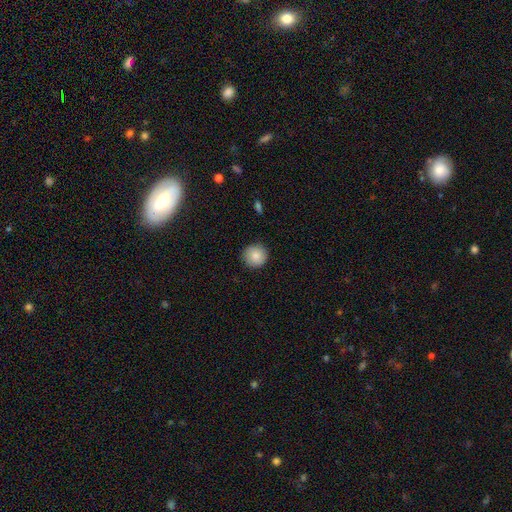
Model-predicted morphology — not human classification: Smooth or featured?
  - smooth: 86% *
  - star or artifact: 8%
  - featured or disk: 7%
How rounded?
  - round: 95% *
  - in between: 4%
  - cigar-shaped: 1%
Merging?
  - none: 90% *
  - minor disturbance: 7%
  - major disturbance: 2%
  - merger: 1%